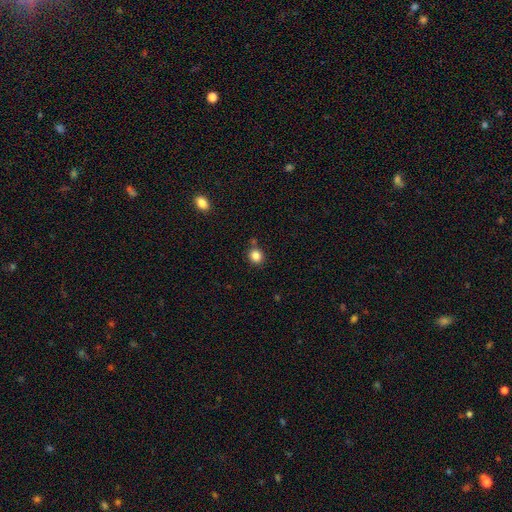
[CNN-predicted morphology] Overall: smooth (85%). How rounded: round (83%). Merging: none (78%).